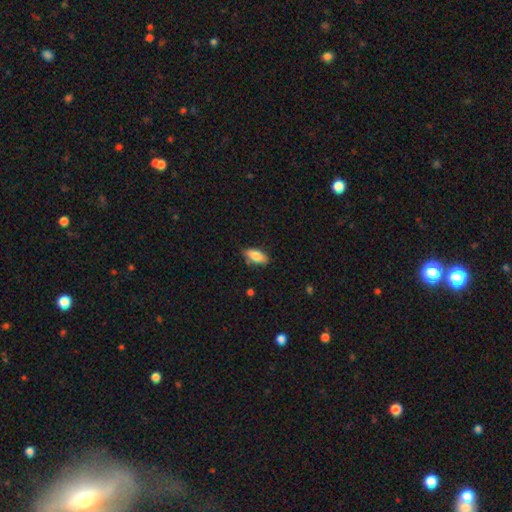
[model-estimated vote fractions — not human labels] The model was most divided on "how rounded": in between: 82%, cigar-shaped: 16%, round: 3%. More confident: merging — none (81%); smooth or featured — smooth (80%).